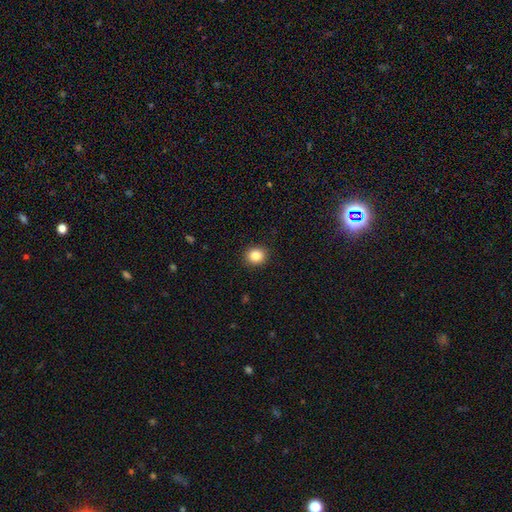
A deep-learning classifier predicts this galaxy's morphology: smooth_or_featured: smooth (p=0.85) [alt: star or artifact p=0.10]
how_rounded: round (p=0.75) [alt: in between p=0.24]
merging: none (p=0.91) [alt: minor disturbance p=0.06]